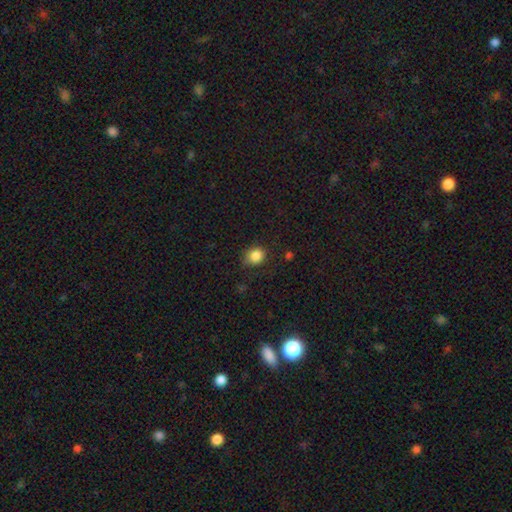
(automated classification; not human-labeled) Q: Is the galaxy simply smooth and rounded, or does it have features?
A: smooth — 85%.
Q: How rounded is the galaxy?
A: round — 68%.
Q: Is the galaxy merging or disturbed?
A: none — 75%.